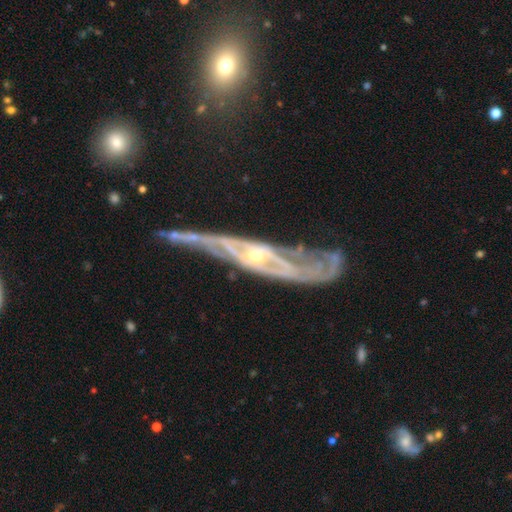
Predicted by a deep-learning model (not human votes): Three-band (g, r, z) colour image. It shows a featured or disk galaxy (88%) with no bar (51%), spiral arms (89%) and a small central bulge (63%). Merging: none (46%).